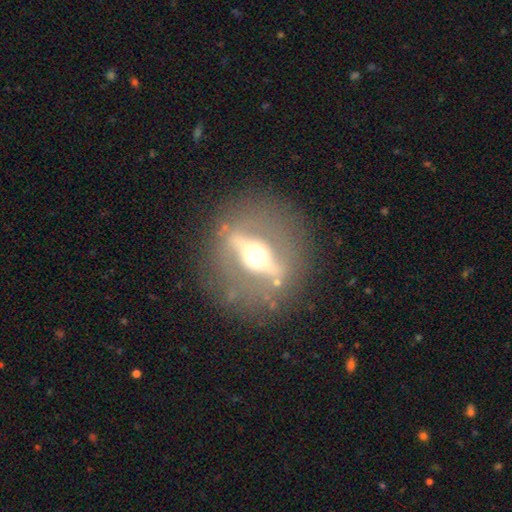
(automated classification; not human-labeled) This is likely a featured or disk galaxy (78%). It is possibly viewed edge-on (60%). Merging: clearly none (82%).